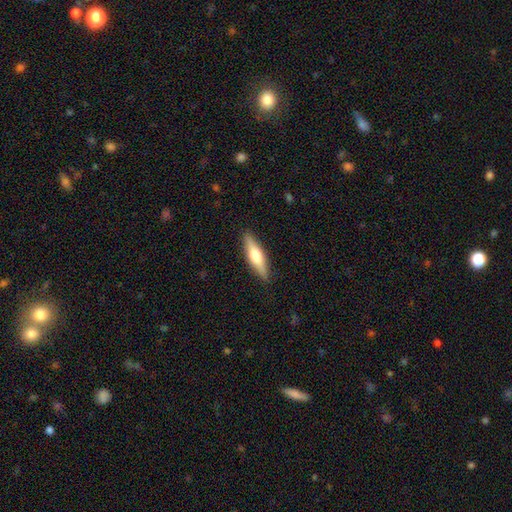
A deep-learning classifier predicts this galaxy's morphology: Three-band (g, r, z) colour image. It shows a smooth galaxy with no disk features (47%, tied with featured or disk). Merging: none (89%).